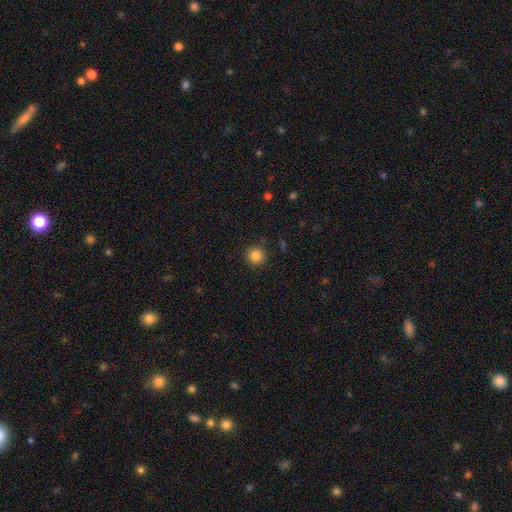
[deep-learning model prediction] A smooth galaxy with no disk features (85%) that is round (94%). Merging: none (91%).